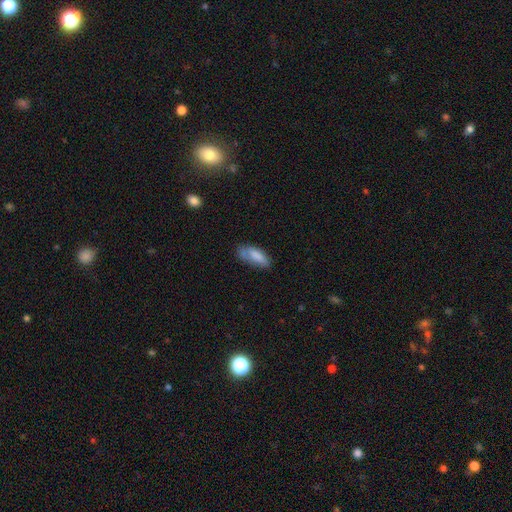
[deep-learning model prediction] A smooth galaxy with no disk features (79%) that is in between round and cigar-shaped (68%).

Vote fractions:
- Smooth or featured? smooth: 79% / featured or disk: 13% / star or artifact: 8%
- How rounded? in between: 68% / cigar-shaped: 30% / round: 2%
- Merging? none: 47% / minor disturbance: 32% / major disturbance: 13% / merger: 8%